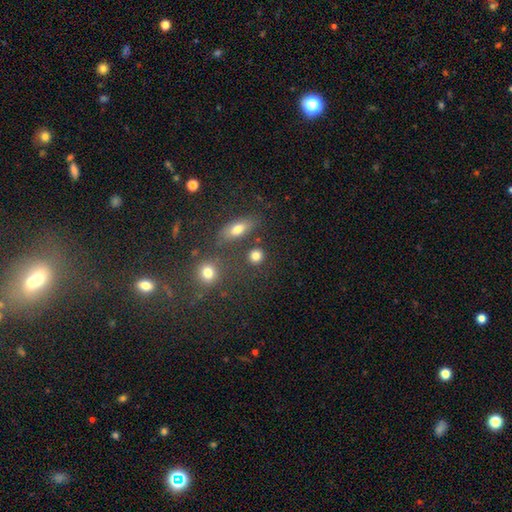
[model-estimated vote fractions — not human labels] smooth-or-featured: smooth: 80% | star or artifact: 13% | featured or disk: 7%
  how-rounded: round: 83% | in between: 15% | cigar-shaped: 2%
  merging: none: 77% | merger: 10% | minor disturbance: 9% | major disturbance: 4%